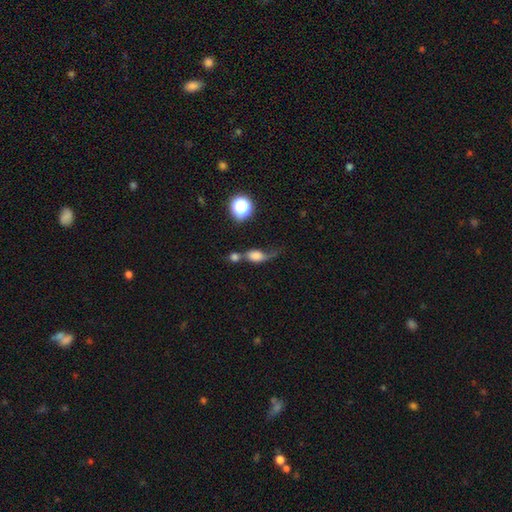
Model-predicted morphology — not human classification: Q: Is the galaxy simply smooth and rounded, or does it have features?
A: smooth — 64%.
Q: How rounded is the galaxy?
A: in between — 62%.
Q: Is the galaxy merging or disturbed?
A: merger — 38%.